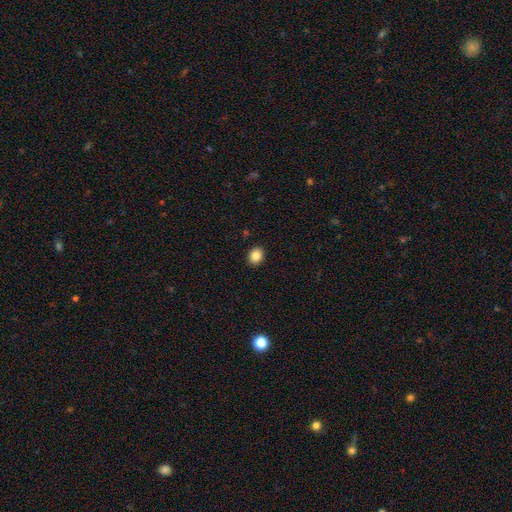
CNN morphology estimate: Smooth or featured? Predicted: smooth (p=0.86). How rounded? Predicted: round (p=0.61). Merging? Predicted: none (p=0.91).